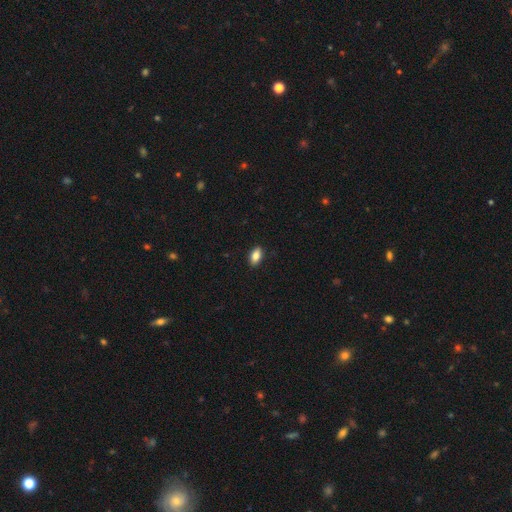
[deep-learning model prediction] smooth 84%, featured or disk 8%, star or artifact 8%. Down the decision tree: how rounded — in between (90%); merging — none (89%).